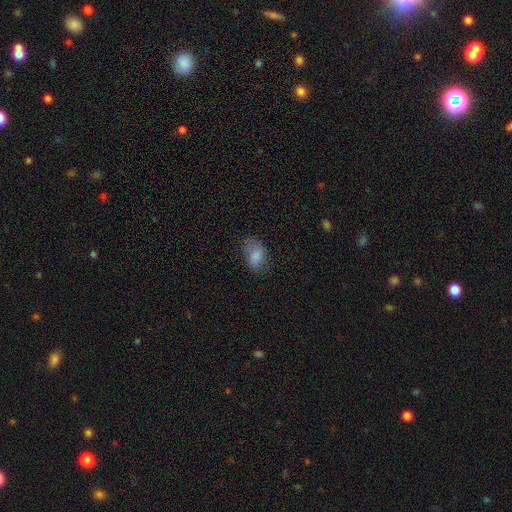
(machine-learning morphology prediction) Q: Smooth or featured?
A: smooth (80%); runner-up: featured or disk (11%)
Q: How rounded?
A: in between (88%); runner-up: round (10%)
Q: Merging?
A: none (58%); runner-up: minor disturbance (28%)